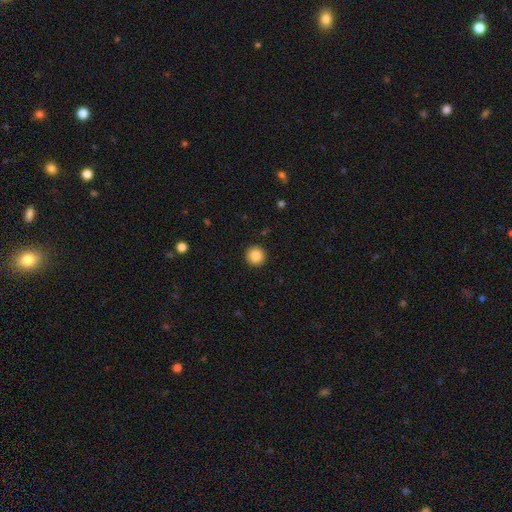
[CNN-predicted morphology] A smooth galaxy with no disk features (86%) that is round (96%). Merging: none (93%).